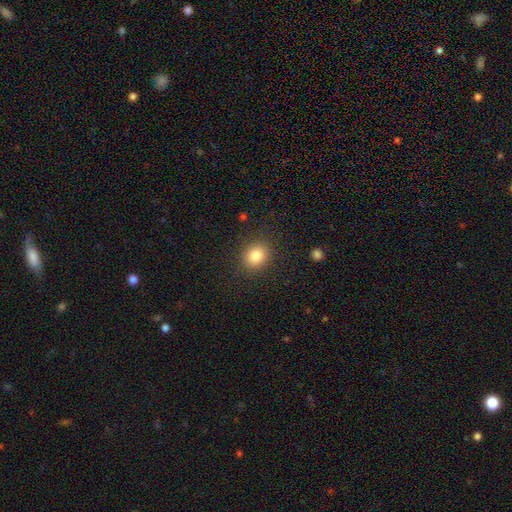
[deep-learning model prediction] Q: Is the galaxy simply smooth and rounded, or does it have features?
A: smooth — 83%.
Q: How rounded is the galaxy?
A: round — 67%.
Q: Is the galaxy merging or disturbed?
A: none — 88%.